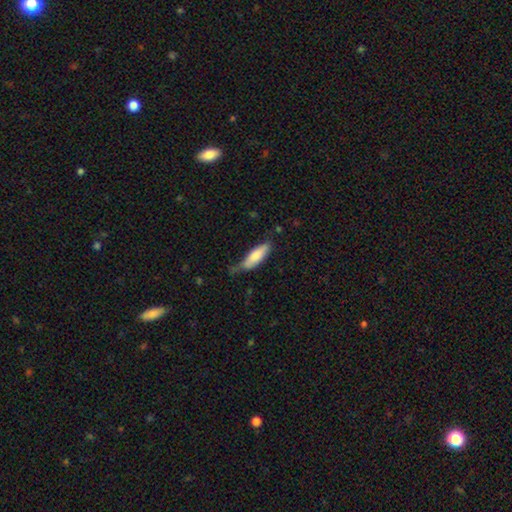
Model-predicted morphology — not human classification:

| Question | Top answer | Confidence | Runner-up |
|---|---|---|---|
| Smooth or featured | smooth | 78% | featured or disk (17%) |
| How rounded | in between | 52% | cigar-shaped (46%) |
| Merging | none | 42% | minor disturbance (41%) |